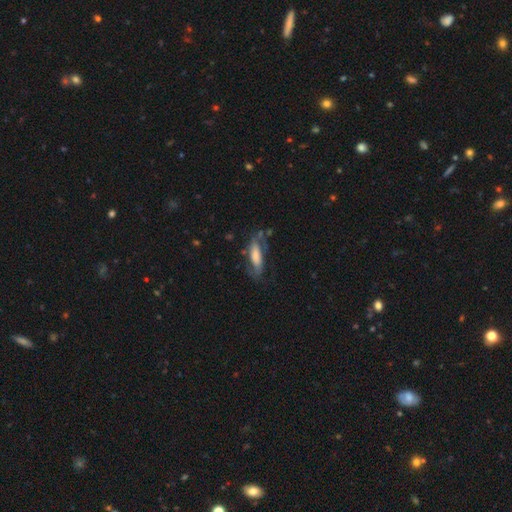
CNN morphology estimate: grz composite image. It shows a smooth galaxy with no disk features (51%) that is in between round and cigar-shaped (59%). Merging: none (56%).